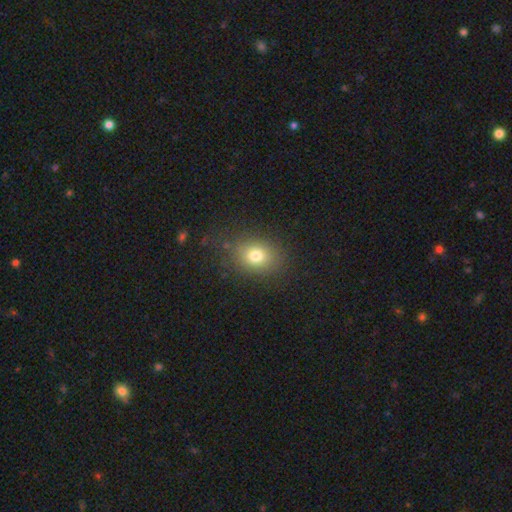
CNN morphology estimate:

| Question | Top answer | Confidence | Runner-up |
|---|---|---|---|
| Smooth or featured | smooth | 77% | star or artifact (13%) |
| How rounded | in between | 50% | round (49%) |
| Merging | none | 81% | minor disturbance (12%) |